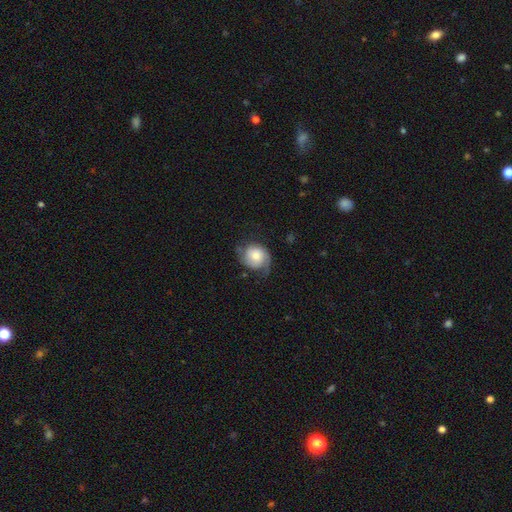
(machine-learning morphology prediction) Overall: featured or disk (53%; smooth 40%). Edge-on disk: no (97%). Bar: no (75%). Spiral arms: yes (87%). Bulge size: moderate (46%; small 31%). Merging: none (51%; minor disturbance 28%).